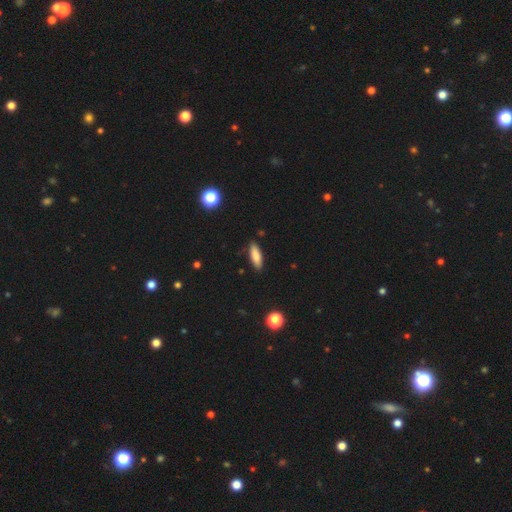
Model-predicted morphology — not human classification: type=smooth (84%); roundness=in between (51%); merging=none (87%).